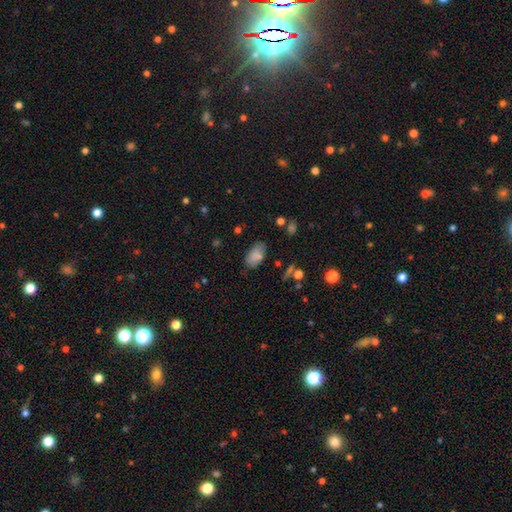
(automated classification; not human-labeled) Morphology: type=smooth (81%); roundness=in between (93%); merging=none (74%).